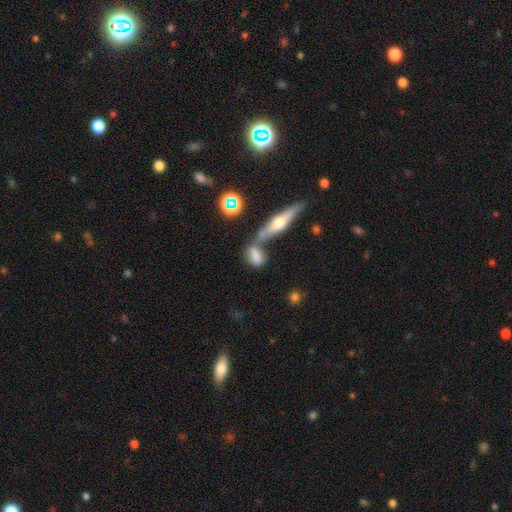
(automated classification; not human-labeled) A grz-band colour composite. It shows a smooth galaxy with no disk features (67%) that is in between round and cigar-shaped (69%). Merging: none (42%).